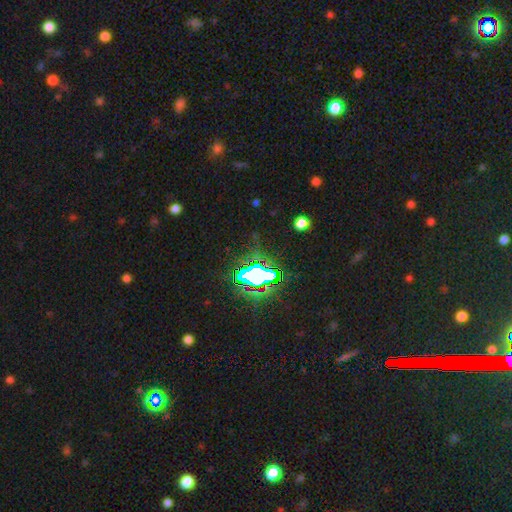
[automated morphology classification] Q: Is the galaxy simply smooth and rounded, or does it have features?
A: star or artifact — 70%.